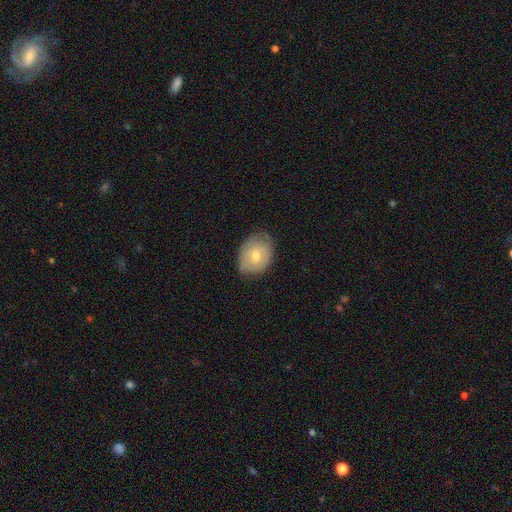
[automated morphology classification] type=smooth (57%); roundness=in between (61%); merging=none (69%).